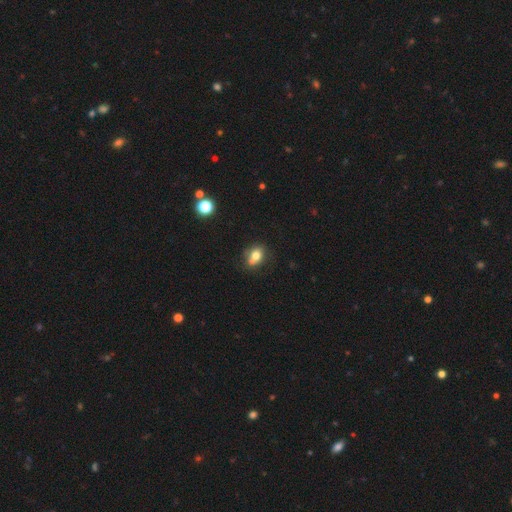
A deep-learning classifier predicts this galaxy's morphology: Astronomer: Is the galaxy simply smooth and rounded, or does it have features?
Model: smooth — 73%.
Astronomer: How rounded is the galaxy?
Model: in between — 55% (runner-up: round, 43%).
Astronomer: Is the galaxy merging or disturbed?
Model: none — 52%.